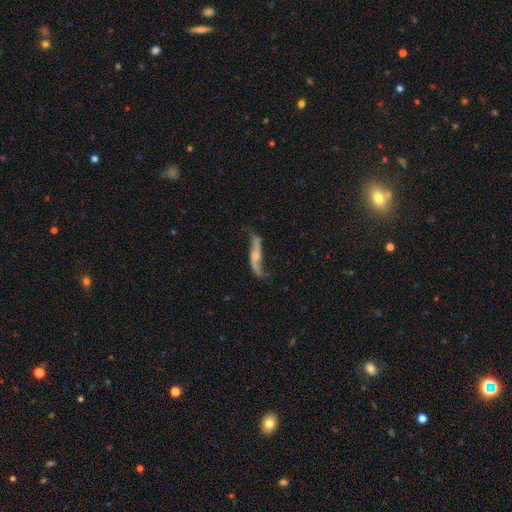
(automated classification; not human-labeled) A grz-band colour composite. It shows a featured or disk galaxy (81%) with no bar (56%), 2 (90%) loose (91%) spiral arms (91%) and a small central bulge (50%). Merging: none (62%).